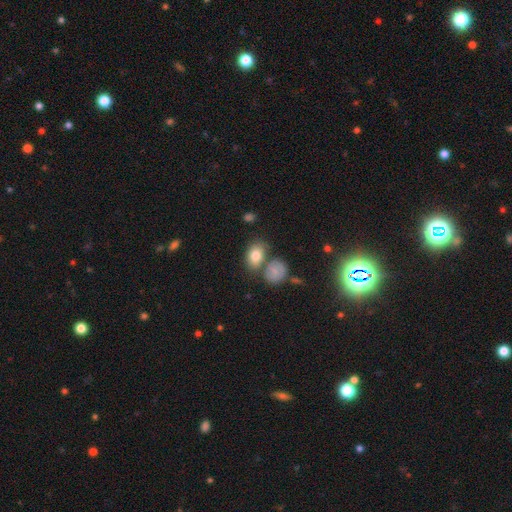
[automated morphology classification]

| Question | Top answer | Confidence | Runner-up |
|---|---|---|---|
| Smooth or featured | smooth | 79% | featured or disk (13%) |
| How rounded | in between | 76% | round (23%) |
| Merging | none | 54% | merger (26%) |